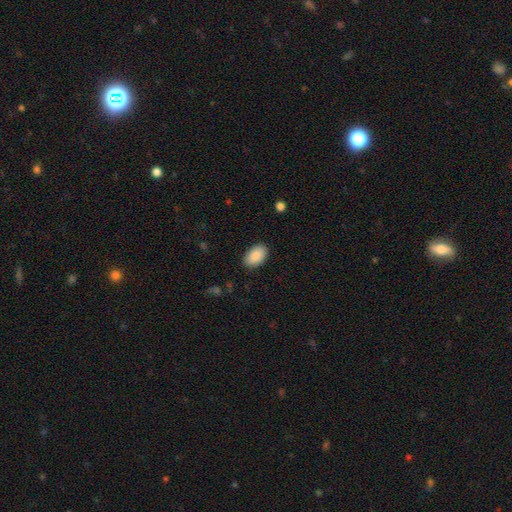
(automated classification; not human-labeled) A smooth galaxy with no disk features (89%) that is in between round and cigar-shaped (93%).

Vote fractions:
- Smooth or featured? smooth: 89% / star or artifact: 6% / featured or disk: 5%
- How rounded? in between: 93% / round: 6% / cigar-shaped: 1%
- Merging? none: 87% / minor disturbance: 10% / major disturbance: 2% / merger: 1%